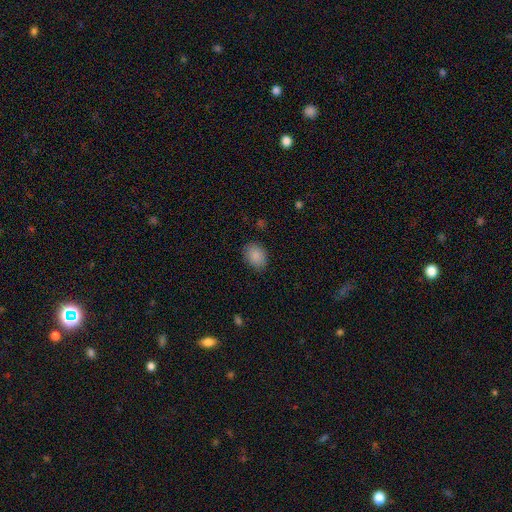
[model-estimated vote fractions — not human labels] Smooth or featured? smooth (87%)
How rounded? in between (69%)
Merging? none (82%)